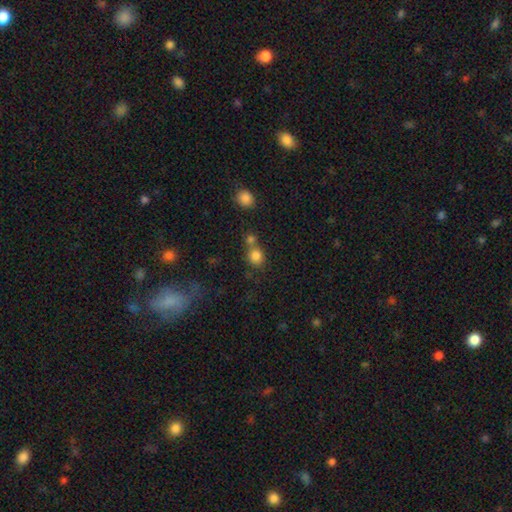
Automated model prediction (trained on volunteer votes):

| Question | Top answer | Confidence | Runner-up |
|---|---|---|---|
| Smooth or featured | smooth | 81% | star or artifact (13%) |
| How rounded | round | 78% | in between (21%) |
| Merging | none | 49% | merger (37%) |